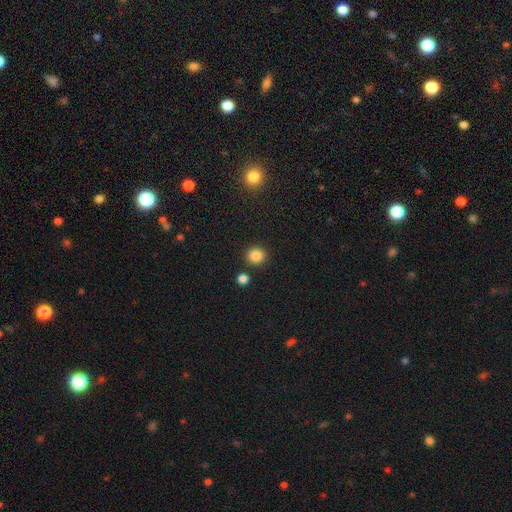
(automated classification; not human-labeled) Q: Smooth or featured?
A: smooth (85%); runner-up: star or artifact (11%)
Q: How rounded?
A: round (89%); runner-up: in between (10%)
Q: Merging?
A: none (87%); runner-up: minor disturbance (6%)